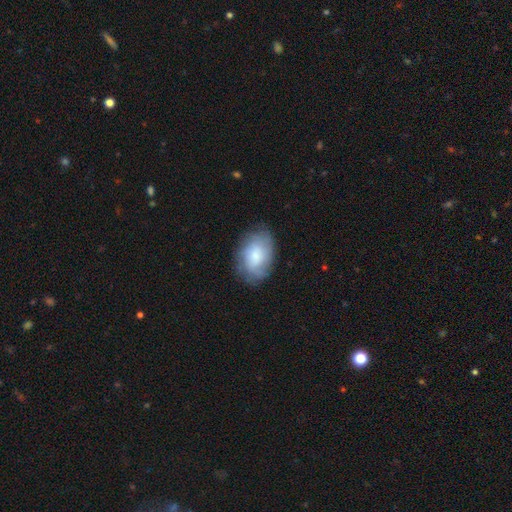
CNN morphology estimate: Smooth or featured? smooth (60%)
How rounded? in between (86%)
Merging? none (74%)